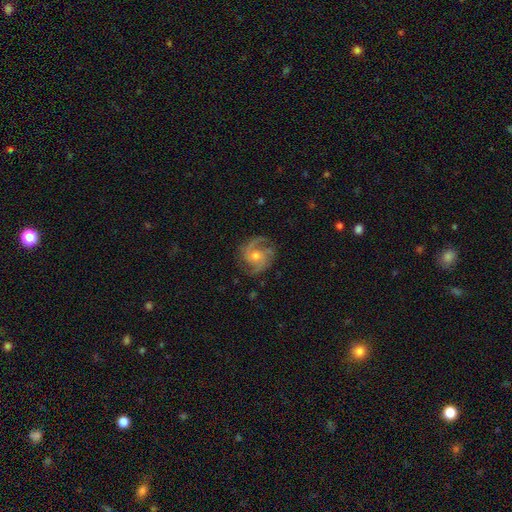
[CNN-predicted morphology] smooth_or_featured: featured or disk (p=0.86) [alt: smooth p=0.08]
disk_edge_on: no (p=0.98) [alt: yes p=0.02]
bar: no (p=0.64) [alt: weak p=0.30]
has_spiral_arms: yes (p=0.97) [alt: no p=0.03]
spiral_winding: medium (p=0.55) [alt: tight p=0.26]
spiral_arm_count: 2 (p=0.70) [alt: 3 p=0.16]
bulge_size: moderate (p=0.57) [alt: small p=0.36]
merging: none (p=0.76) [alt: minor disturbance p=0.16]